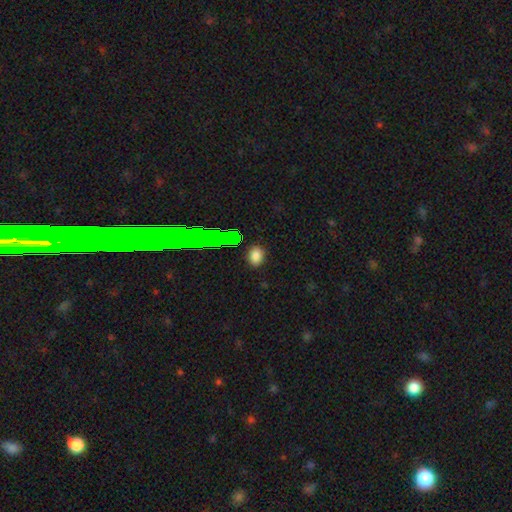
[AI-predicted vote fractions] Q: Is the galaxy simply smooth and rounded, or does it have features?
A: smooth — 81%.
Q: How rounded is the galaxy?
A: in between — 71%.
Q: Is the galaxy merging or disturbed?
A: none — 85%.